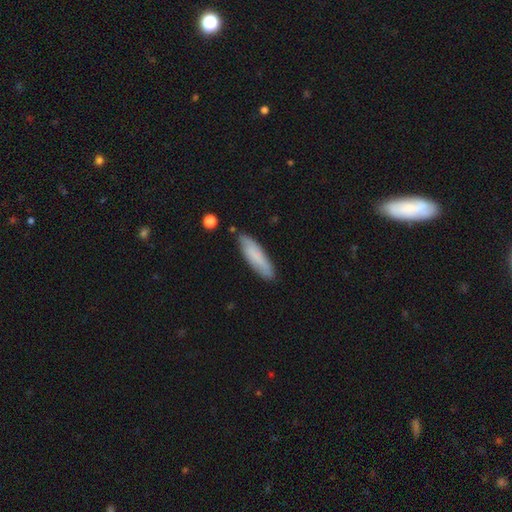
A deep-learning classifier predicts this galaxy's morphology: type=smooth (77%); roundness=cigar-shaped (66%); merging=none (82%).